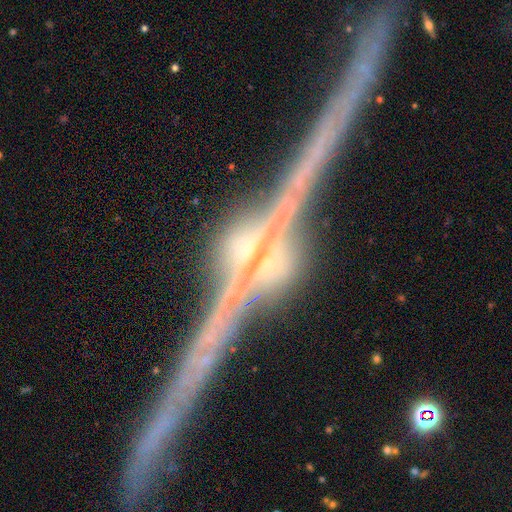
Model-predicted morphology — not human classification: This appears to be a featured or disk galaxy (86%) viewed edge-on (98%) with a rounded central bulge (81%). Merging: none (87%).